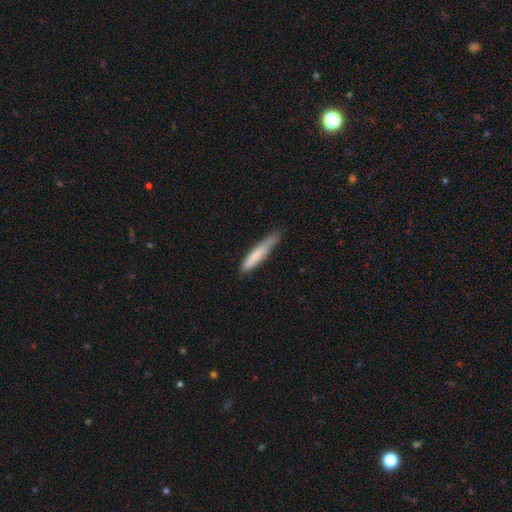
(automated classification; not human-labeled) Smooth or featured?
  - smooth: 77% *
  - featured or disk: 17%
  - star or artifact: 6%
How rounded?
  - cigar-shaped: 90% *
  - in between: 9%
  - round: 1%
Merging?
  - none: 58% *
  - minor disturbance: 34%
  - major disturbance: 6%
  - merger: 2%